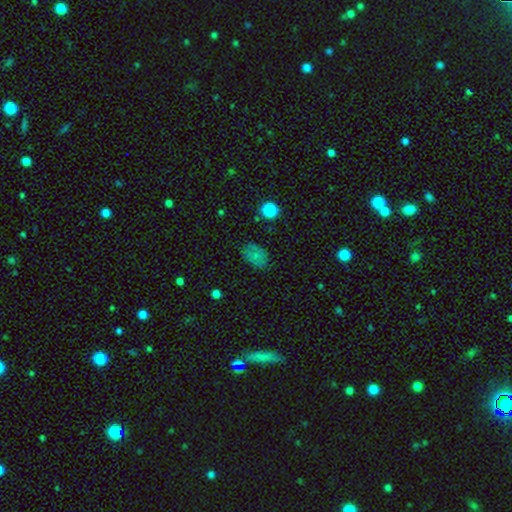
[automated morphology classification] This appears to be a smooth galaxy with no disk features (72%) that is in between round and cigar-shaped (82%). Merging: none (77%).